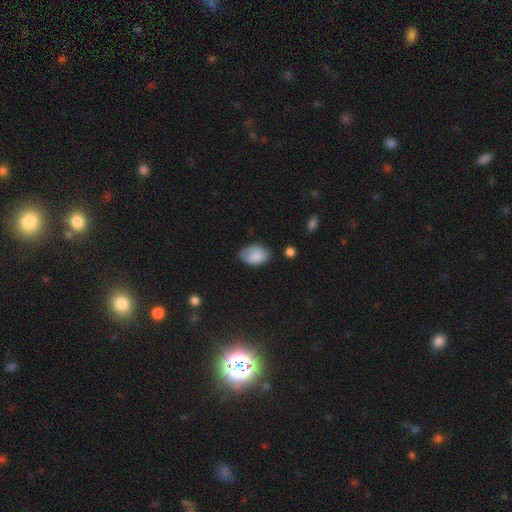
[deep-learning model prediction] Q: Smooth or featured?
A: smooth (81%); runner-up: featured or disk (11%)
Q: How rounded?
A: in between (88%); runner-up: round (11%)
Q: Merging?
A: none (62%); runner-up: minor disturbance (29%)